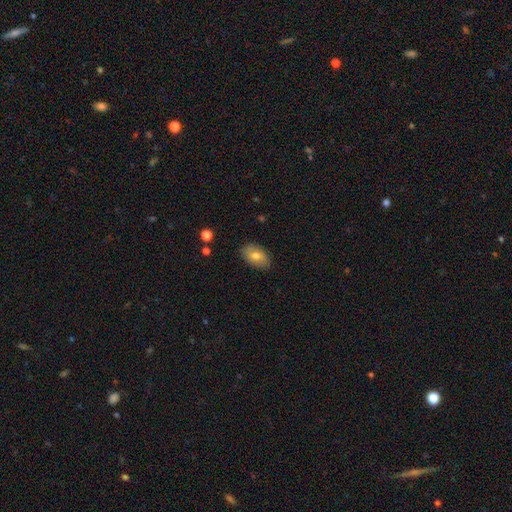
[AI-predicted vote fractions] Q: Smooth or featured?
A: smooth (67%); runner-up: featured or disk (25%)
Q: How rounded?
A: in between (90%); runner-up: round (9%)
Q: Merging?
A: none (84%); runner-up: minor disturbance (12%)